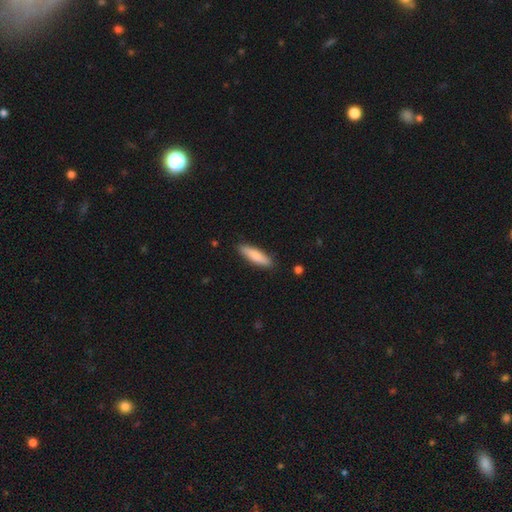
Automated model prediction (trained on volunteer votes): Morphology: type=smooth (81%); roundness=cigar-shaped (67%); merging=none (88%).